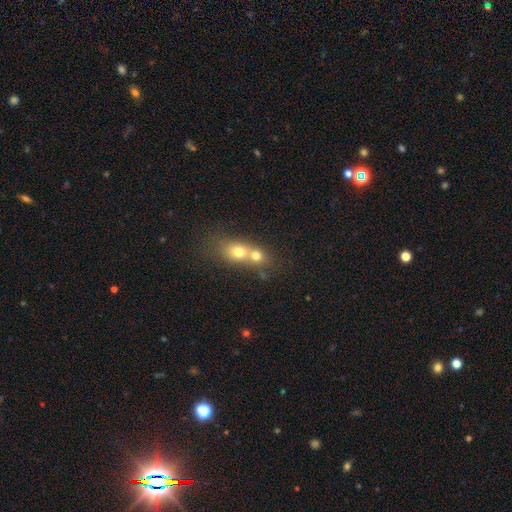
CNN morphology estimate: A smooth galaxy with no disk features (68%) that is round (59%).

Vote fractions:
- Smooth or featured? smooth: 68% / featured or disk: 20% / star or artifact: 12%
- How rounded? round: 59% / in between: 38% / cigar-shaped: 3%
- Merging? merger: 70% / none: 22% / minor disturbance: 5% / major disturbance: 3%